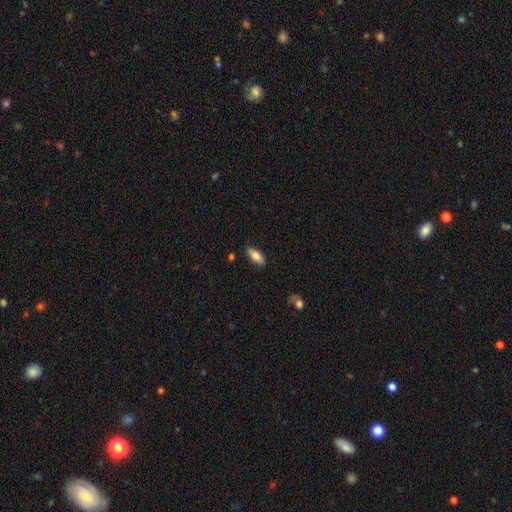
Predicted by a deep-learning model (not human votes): This appears to be a smooth galaxy with no disk features (75%) that is in between round and cigar-shaped (76%). Merging: none (87%).